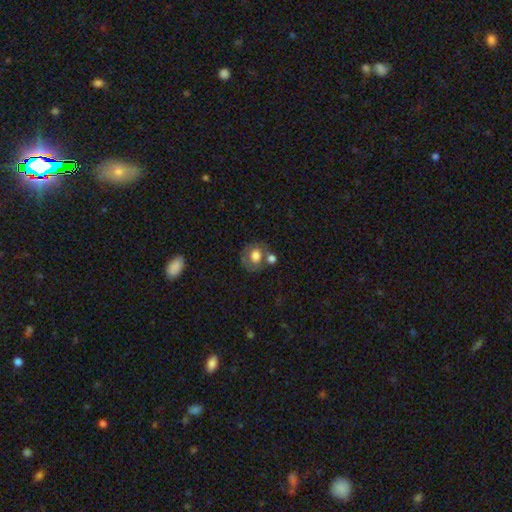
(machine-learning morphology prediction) Q: Smooth or featured?
A: smooth (69%); runner-up: featured or disk (22%)
Q: How rounded?
A: round (64%); runner-up: in between (35%)
Q: Merging?
A: none (52%); runner-up: merger (25%)